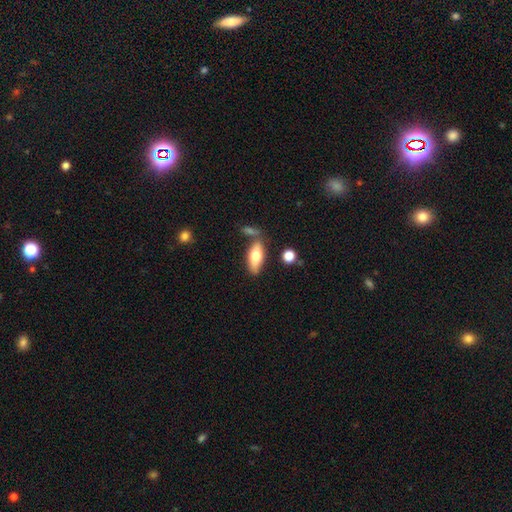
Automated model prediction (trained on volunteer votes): Smooth or featured?
  - smooth: 67% *
  - featured or disk: 27%
  - star or artifact: 6%
How rounded?
  - in between: 78% *
  - cigar-shaped: 20%
  - round: 3%
Merging?
  - none: 68% *
  - minor disturbance: 16%
  - merger: 12%
  - major disturbance: 4%